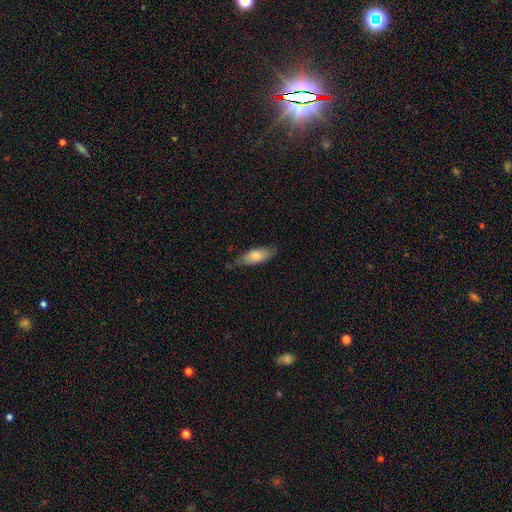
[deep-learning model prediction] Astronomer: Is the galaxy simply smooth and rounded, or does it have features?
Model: smooth — 76%.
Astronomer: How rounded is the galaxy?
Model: in between — 67%.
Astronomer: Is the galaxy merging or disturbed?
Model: none — 65%.